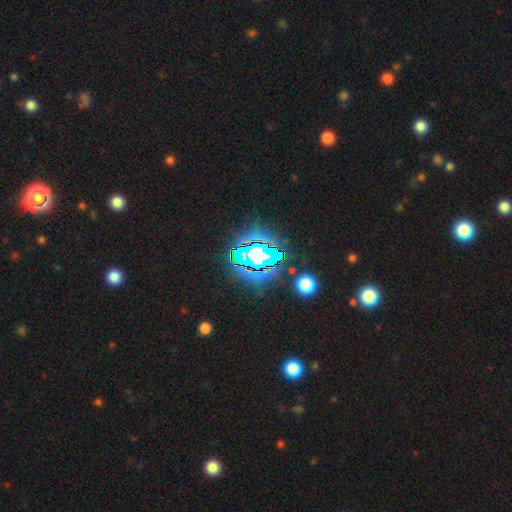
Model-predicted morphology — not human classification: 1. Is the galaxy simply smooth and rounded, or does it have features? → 63% star or artifact, 19% smooth, 18% featured or disk.